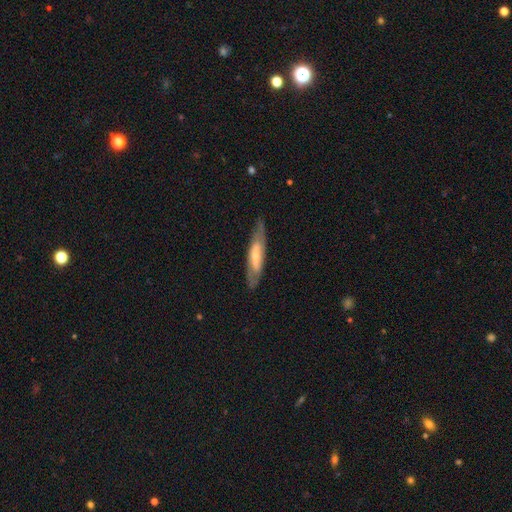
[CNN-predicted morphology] Smooth or featured? Predicted: featured or disk (p=0.59). Edge-on disk? Predicted: no (p=0.57). Merging? Predicted: none (p=0.76).